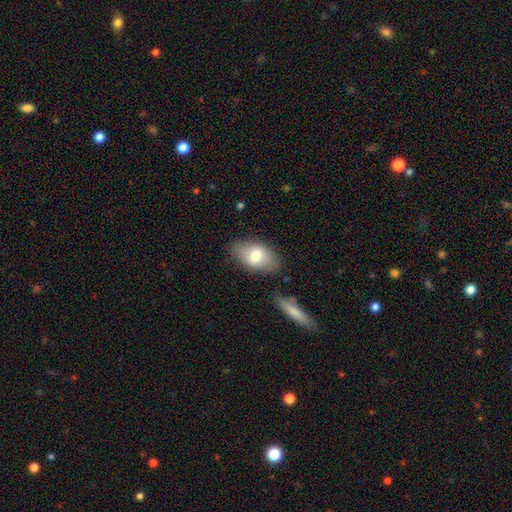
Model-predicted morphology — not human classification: Smooth or featured?
  - smooth: 74% *
  - featured or disk: 19%
  - star or artifact: 7%
How rounded?
  - in between: 92% *
  - round: 5%
  - cigar-shaped: 3%
Merging?
  - none: 77% *
  - minor disturbance: 15%
  - major disturbance: 4%
  - merger: 4%